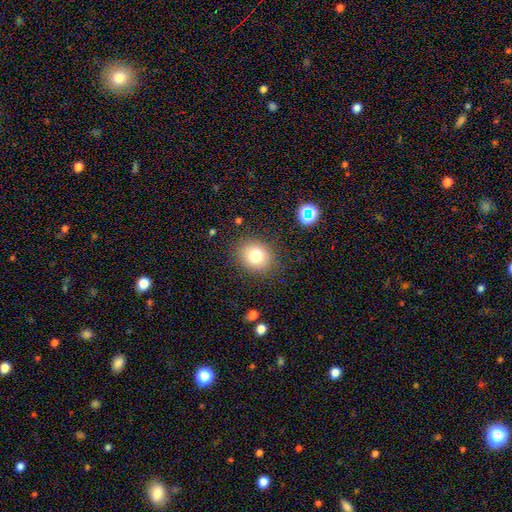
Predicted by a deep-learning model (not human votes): Overall: smooth (78%). How rounded: round (68%; in between 31%). Merging: none (85%).